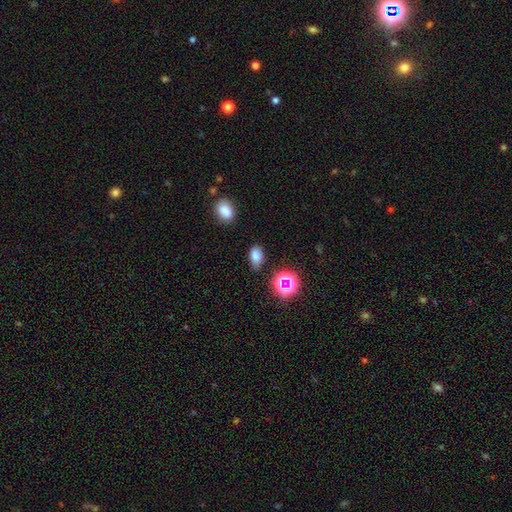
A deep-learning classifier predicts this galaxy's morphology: Smooth or featured?
  - smooth: 78% *
  - star or artifact: 16%
  - featured or disk: 6%
How rounded?
  - in between: 86% *
  - round: 13%
  - cigar-shaped: 2%
Merging?
  - none: 74% *
  - minor disturbance: 18%
  - major disturbance: 4%
  - merger: 3%